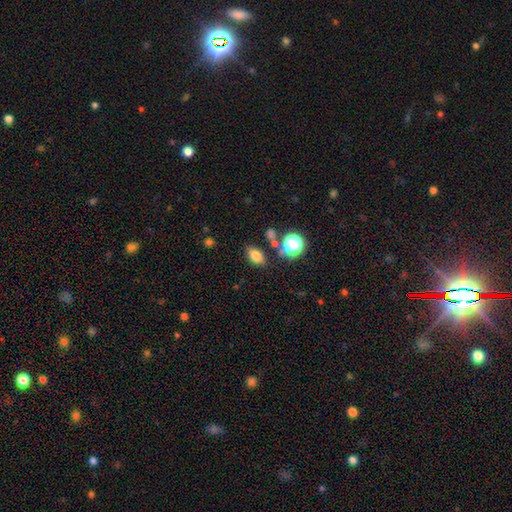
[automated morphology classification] smooth-or-featured: smooth: 77% | star or artifact: 15% | featured or disk: 9%
  how-rounded: in between: 81% | round: 17% | cigar-shaped: 3%
  merging: none: 77% | minor disturbance: 12% | merger: 7% | major disturbance: 4%